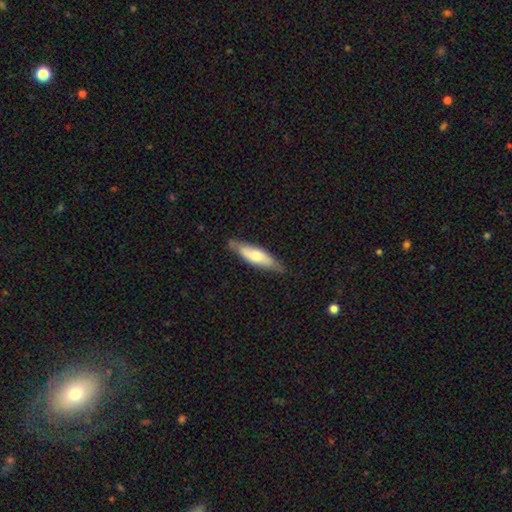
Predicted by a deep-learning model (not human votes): This is possibly a smooth galaxy (58%). How rounded: likely cigar-shaped (62%). Merging: likely none (74%).